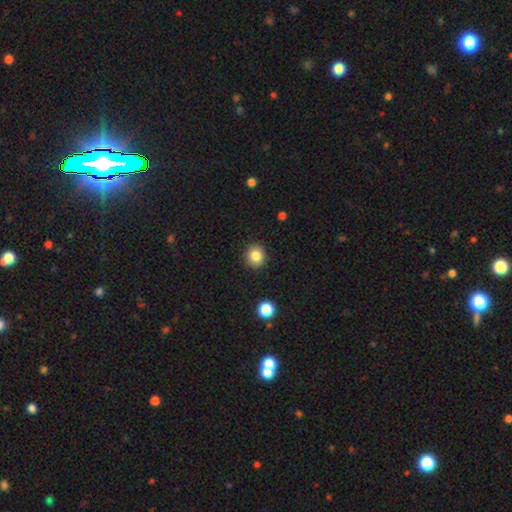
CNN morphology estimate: Overall: smooth (84%). How rounded: round (88%). Merging: none (91%).